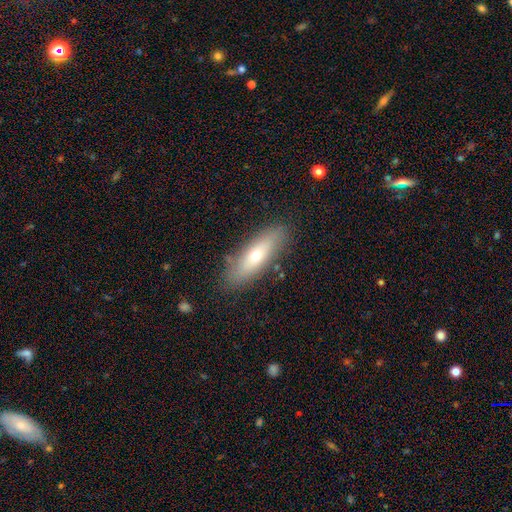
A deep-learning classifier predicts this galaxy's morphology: This appears to be a smooth galaxy with no disk features (61%) that is in between round and cigar-shaped (49%, tied with cigar-shaped). Merging: none (84%).